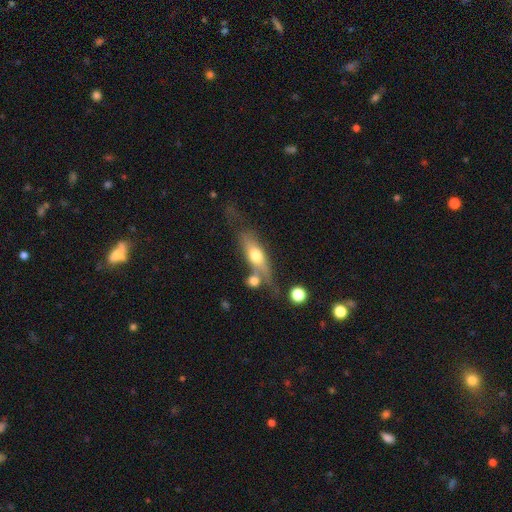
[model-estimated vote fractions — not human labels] The model was most divided on "smooth or featured": smooth: 51%, featured or disk: 42%, star or artifact: 7%. Remaining: how rounded — in between (57%); merging — none (42%).